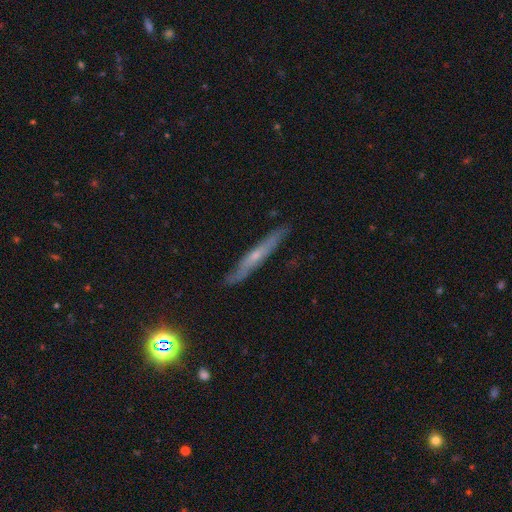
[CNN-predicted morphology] smooth-or-featured: featured or disk: 61% | smooth: 31% | star or artifact: 8%
  disk-edge-on: yes: 89% | no: 11%
    edge-on-bulge: rounded: 54% | none: 43% | boxy: 4%
  merging: none: 85% | minor disturbance: 11% | major disturbance: 2% | merger: 1%